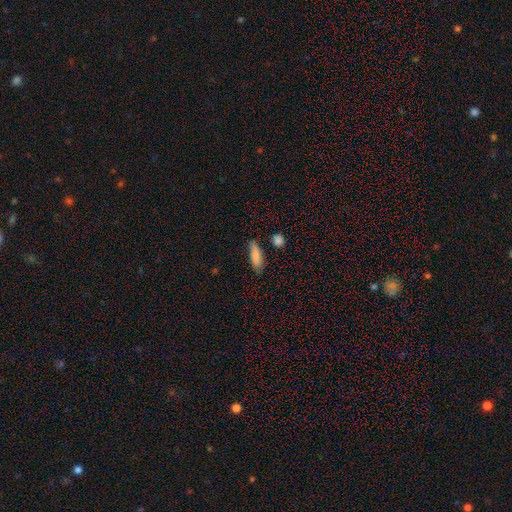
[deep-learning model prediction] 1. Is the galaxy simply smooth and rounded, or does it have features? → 84% smooth, 9% featured or disk, 7% star or artifact.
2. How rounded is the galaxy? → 53% in between, 45% cigar-shaped, 2% round.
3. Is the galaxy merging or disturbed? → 72% none, 20% minor disturbance, 4% merger, 4% major disturbance.